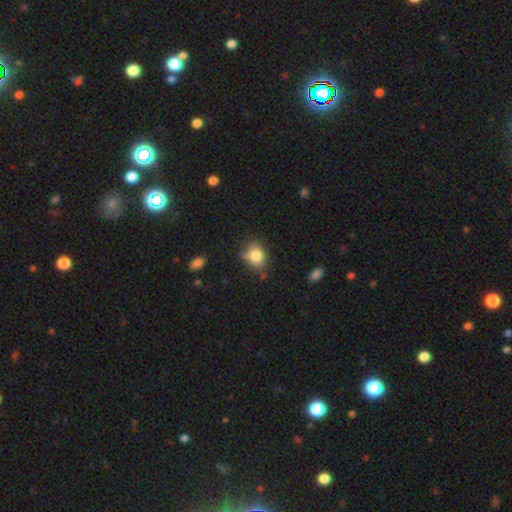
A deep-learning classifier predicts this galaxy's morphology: A smooth galaxy with no disk features (81%) that is in between round and cigar-shaped (57%).

Vote fractions:
- Smooth or featured? smooth: 81% / star or artifact: 10% / featured or disk: 9%
- How rounded? in between: 57% / round: 42% / cigar-shaped: 1%
- Merging? none: 63% / minor disturbance: 25% / major disturbance: 6% / merger: 6%